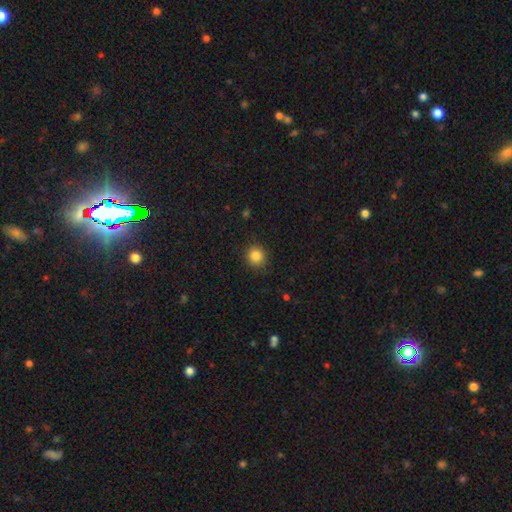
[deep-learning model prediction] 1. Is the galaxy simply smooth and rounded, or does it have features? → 85% smooth, 11% star or artifact, 4% featured or disk.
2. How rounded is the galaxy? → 89% round, 10% in between, 1% cigar-shaped.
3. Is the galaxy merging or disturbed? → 88% none, 8% minor disturbance, 2% major disturbance, 1% merger.